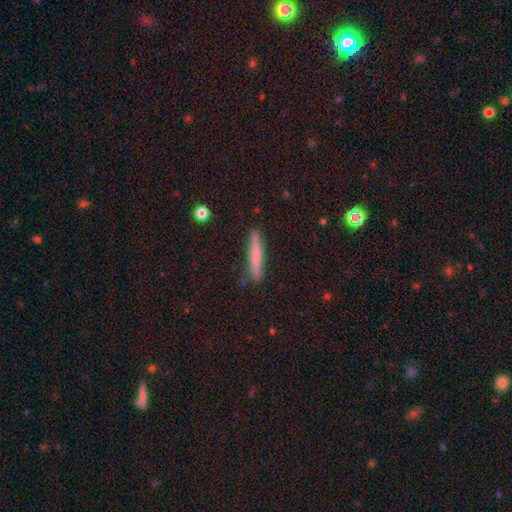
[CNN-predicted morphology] smooth 65%, featured or disk 25%, star or artifact 10%. Down the decision tree: how rounded — cigar-shaped (94%); merging — none (88%).